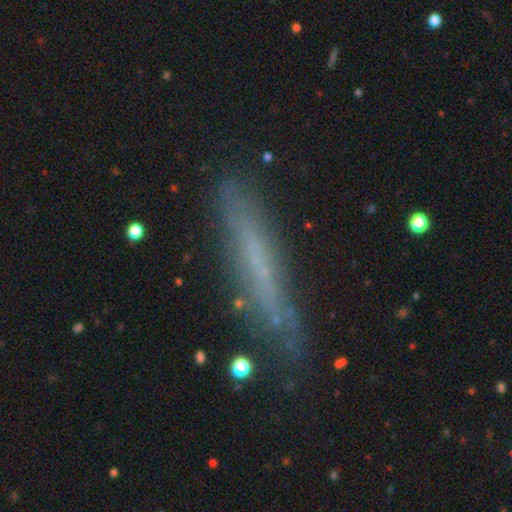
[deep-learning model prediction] This is possibly a featured or disk galaxy (50%). It is clearly viewed edge-on (84%). Merging: likely none (79%).